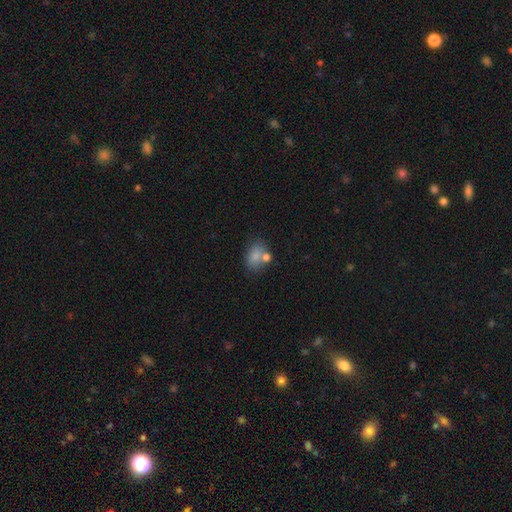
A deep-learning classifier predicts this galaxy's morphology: A smooth galaxy with no disk features (76%) that is in between round and cigar-shaped (74%). Merging: none (52%).